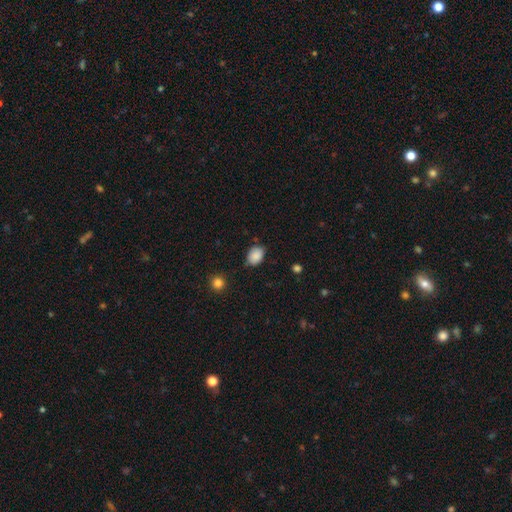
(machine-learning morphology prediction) A smooth galaxy with no disk features (87%) that is in between round and cigar-shaped (71%).

Vote fractions:
- Smooth or featured? smooth: 87% / star or artifact: 9% / featured or disk: 4%
- How rounded? in between: 71% / round: 28% / cigar-shaped: 1%
- Merging? none: 74% / minor disturbance: 20% / major disturbance: 4% / merger: 2%